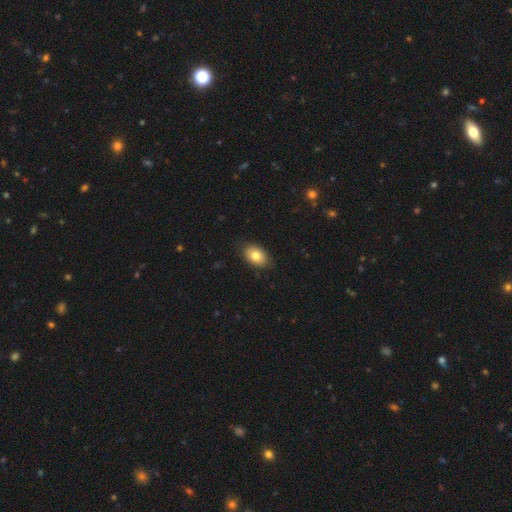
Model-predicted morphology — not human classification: The model was most divided on "smooth or featured": smooth: 80%, featured or disk: 11%, star or artifact: 8%. More confident: merging — none (85%); how rounded — in between (84%).